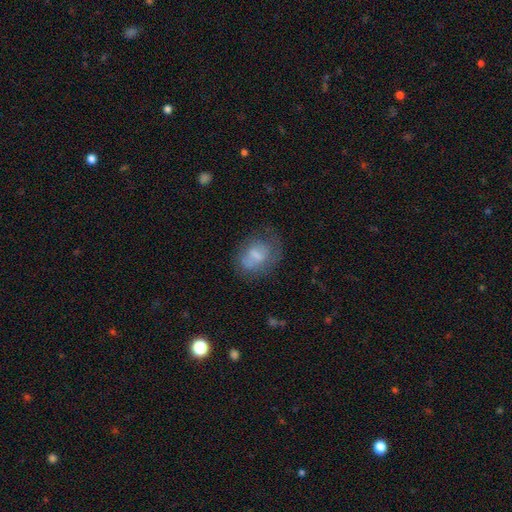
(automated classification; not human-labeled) Smooth or featured? Predicted: smooth (p=0.59). How rounded? Predicted: in between (p=0.62). Merging? Predicted: none (p=0.45).